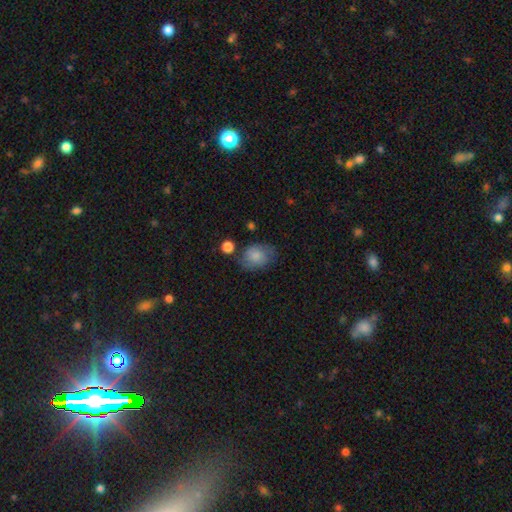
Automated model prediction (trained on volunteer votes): smooth_or_featured: smooth (p=0.74) [alt: featured or disk p=0.18]
how_rounded: in between (p=0.59) [alt: round p=0.40]
merging: none (p=0.61) [alt: minor disturbance p=0.25]